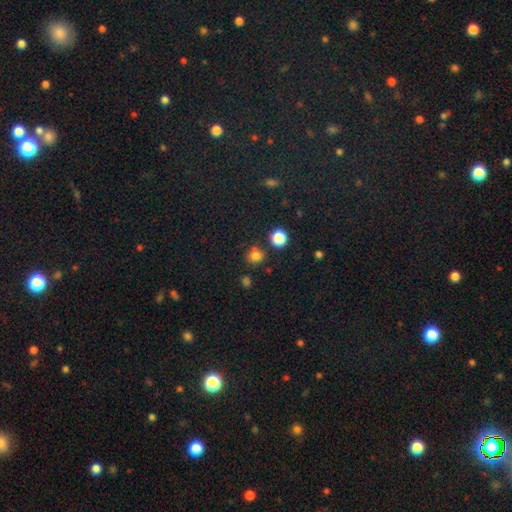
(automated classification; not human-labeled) Morphology: type=smooth (77%); roundness=round (85%); merging=none (74%).